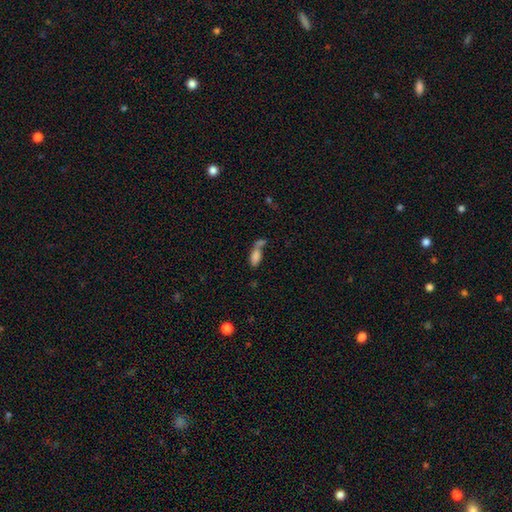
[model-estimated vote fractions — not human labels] Morphology: type=smooth (76%); roundness=in between (83%); merging=merger (49%).